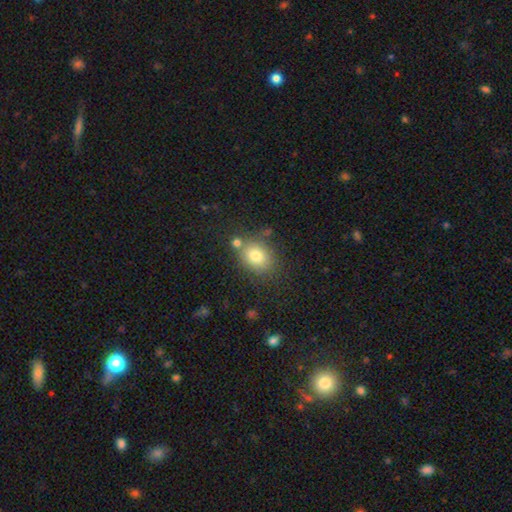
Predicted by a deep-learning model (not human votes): smooth 78%, star or artifact 11%, featured or disk 10%. Down the decision tree: how rounded — in between (53%); merging — none (69%).